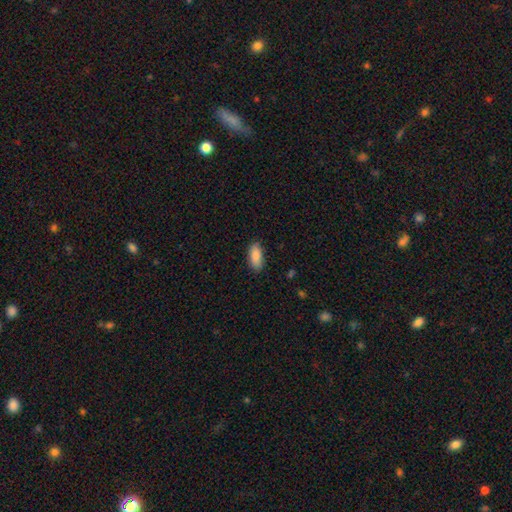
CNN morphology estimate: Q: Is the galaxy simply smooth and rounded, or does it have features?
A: smooth — 88%.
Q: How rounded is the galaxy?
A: in between — 86%.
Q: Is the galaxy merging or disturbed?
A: none — 85%.